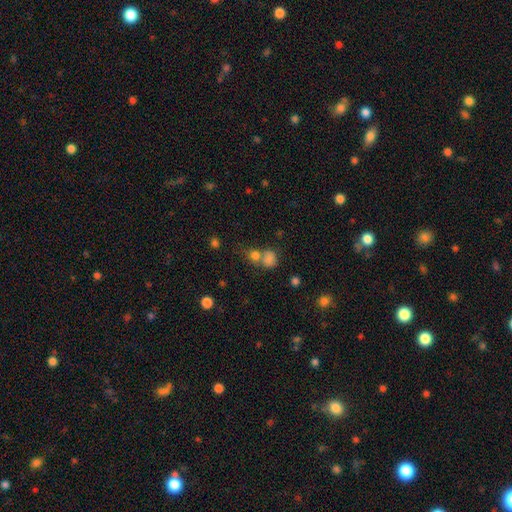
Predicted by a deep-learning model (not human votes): This appears to be a smooth galaxy with no disk features (77%) that is round (74%). Merging: merger (44%).